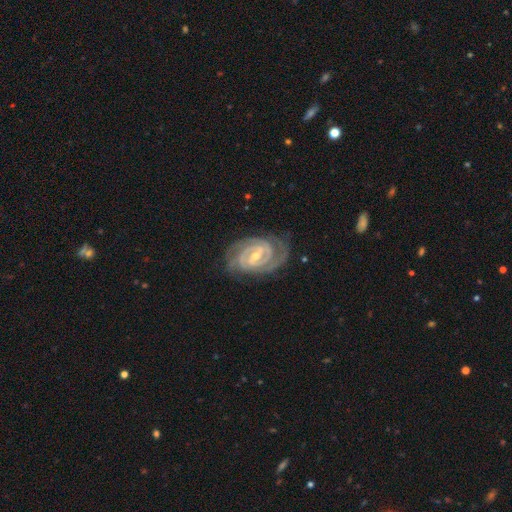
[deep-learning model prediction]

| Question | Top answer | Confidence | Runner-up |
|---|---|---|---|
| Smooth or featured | featured or disk | 91% | star or artifact (5%) |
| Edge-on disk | no | 97% | yes (3%) |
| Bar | weak | 45% | strong (41%) |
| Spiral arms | yes | 98% | no (2%) |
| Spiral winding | tight | 72% | medium (25%) |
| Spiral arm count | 2 | 66% | 3 (14%) |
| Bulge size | small | 59% | moderate (37%) |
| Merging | none | 79% | minor disturbance (15%) |